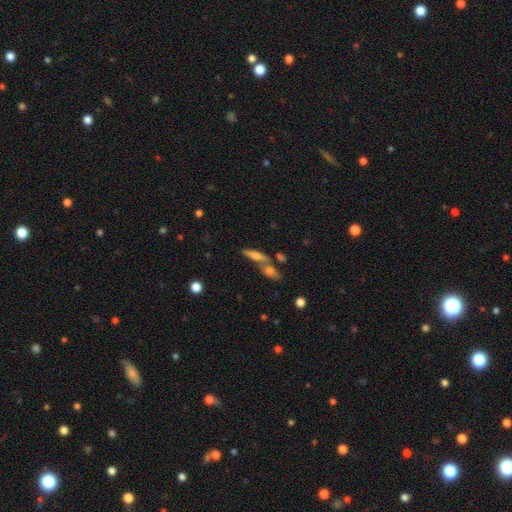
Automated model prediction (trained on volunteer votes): Smooth or featured: smooth — 56% (featured or disk — 34%)
How rounded: cigar-shaped — 61% (in between — 35%)
Merging: none — 47% (merger — 39%)